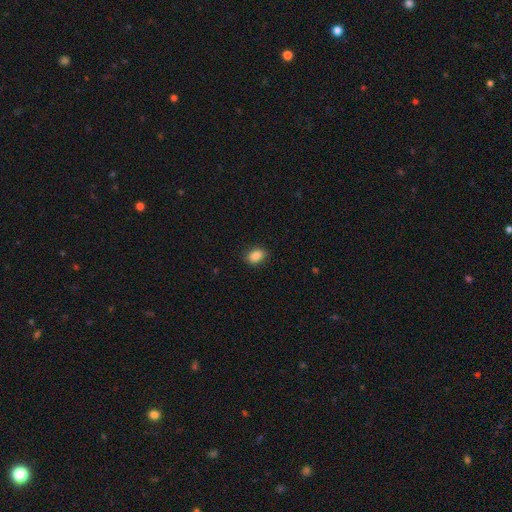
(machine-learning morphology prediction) Smooth or featured? Predicted: smooth (p=0.87). How rounded? Predicted: in between (p=0.78). Merging? Predicted: none (p=0.85).